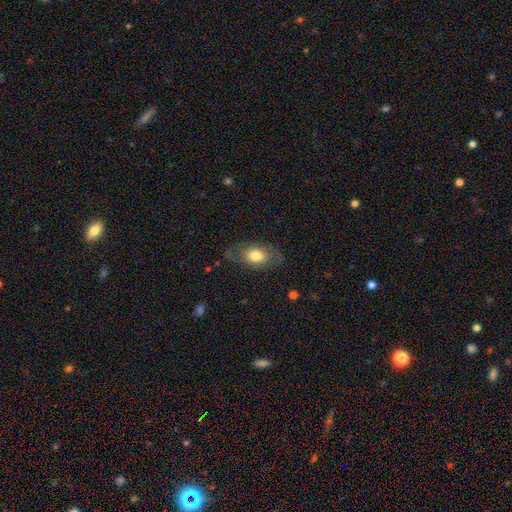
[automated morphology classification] Q: Smooth or featured?
A: smooth (63%); runner-up: featured or disk (30%)
Q: How rounded?
A: in between (84%); runner-up: round (13%)
Q: Merging?
A: none (70%); runner-up: minor disturbance (19%)